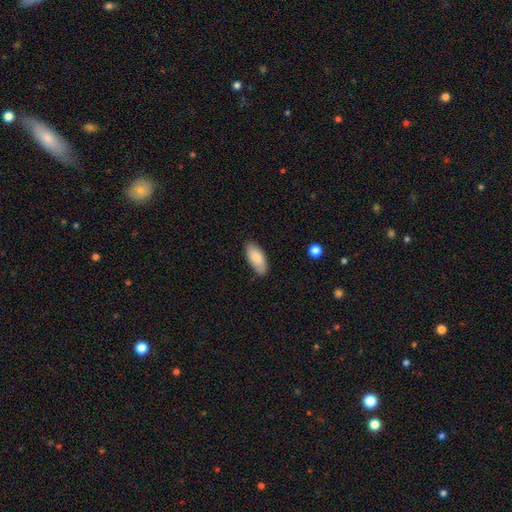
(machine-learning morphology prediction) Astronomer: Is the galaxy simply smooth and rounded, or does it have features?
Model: smooth — 84%.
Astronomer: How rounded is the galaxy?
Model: in between — 89%.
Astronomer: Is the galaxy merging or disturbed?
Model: none — 85%.